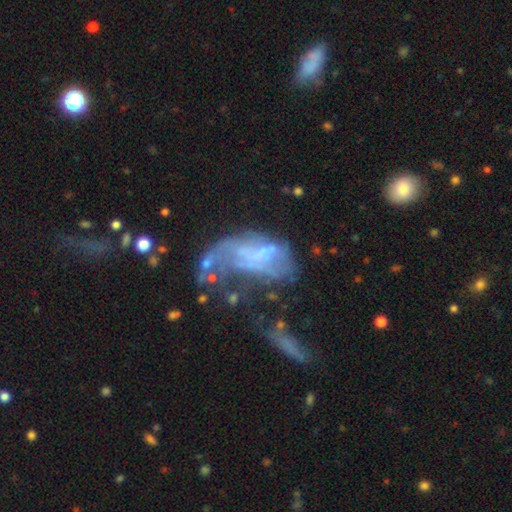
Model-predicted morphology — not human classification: A featured or disk galaxy (58%) with no bar (79%), no spiral arms (75%) and no central bulge (63%). Merging: major disturbance (45%).